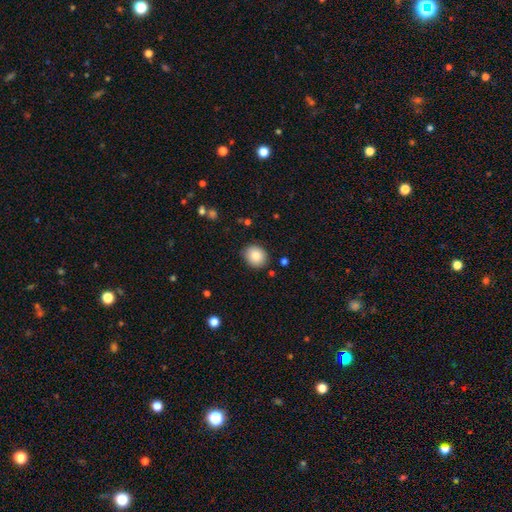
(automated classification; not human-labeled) Q: Smooth or featured?
A: smooth (86%); runner-up: star or artifact (8%)
Q: How rounded?
A: round (74%); runner-up: in between (25%)
Q: Merging?
A: none (85%); runner-up: minor disturbance (11%)